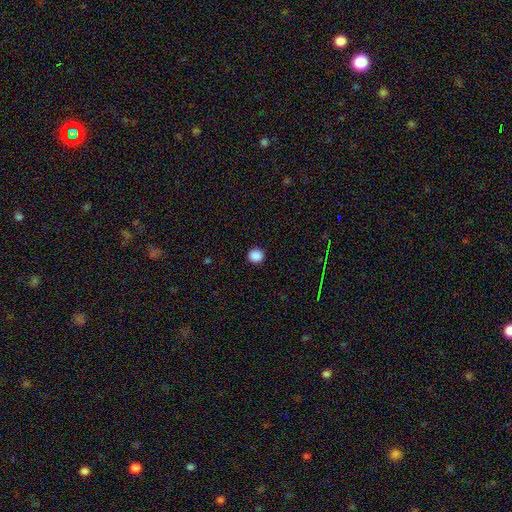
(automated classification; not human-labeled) A smooth galaxy with no disk features (88%) that is round (93%). Merging: none (93%).